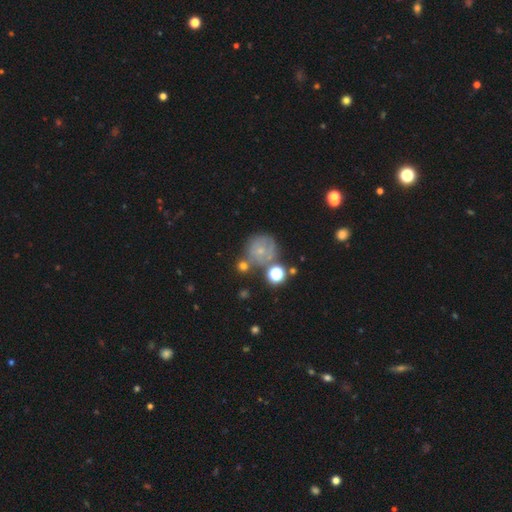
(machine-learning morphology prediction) This appears to be a smooth galaxy with no disk features (40%). Merging: none (65%).